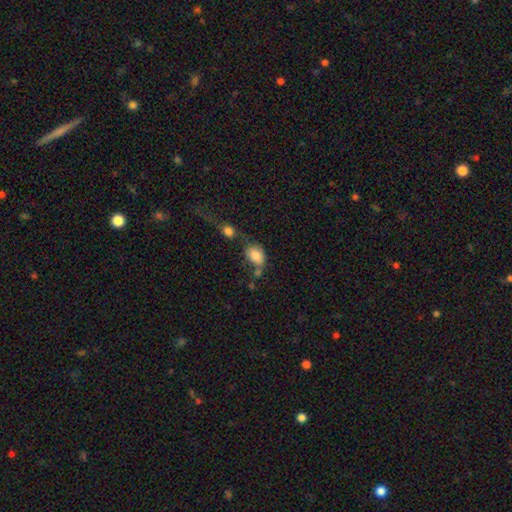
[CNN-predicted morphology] smooth 83%, featured or disk 9%, star or artifact 8%. Down the decision tree: how rounded — in between (75%); merging — none (35%).